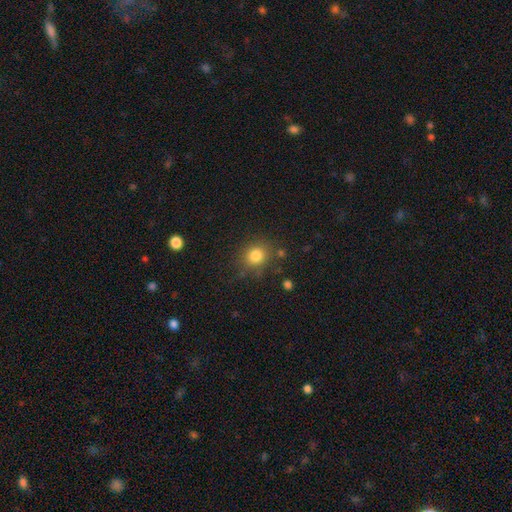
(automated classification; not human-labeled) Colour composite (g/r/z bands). It shows a smooth galaxy with no disk features (81%) that is round (78%). Merging: none (80%).